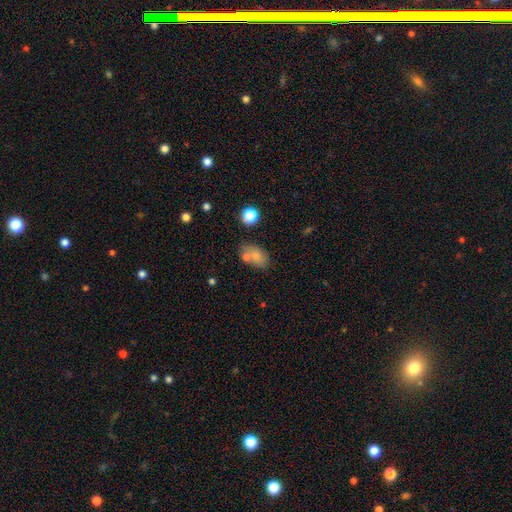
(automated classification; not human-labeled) The model was most divided on "merging": none: 57%, merger: 21%, minor disturbance: 16%, major disturbance: 5%. More confident: how rounded — in between (86%); smooth or featured — smooth (74%).